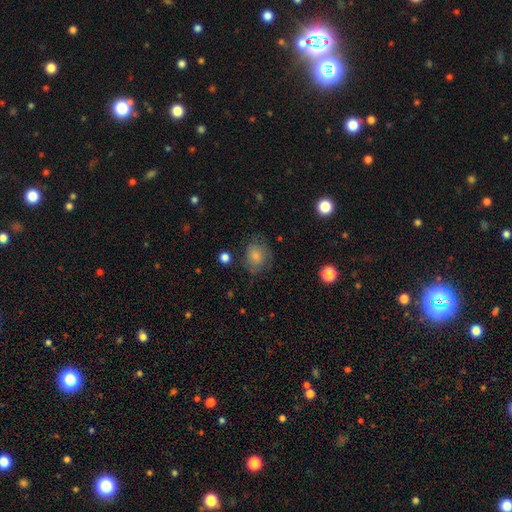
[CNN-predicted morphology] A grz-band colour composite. It shows a smooth galaxy with no disk features (76%) that is round (59%). Merging: none (63%).